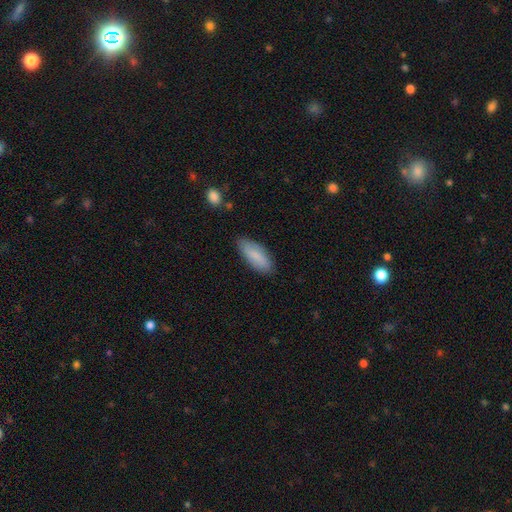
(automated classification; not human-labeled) smooth_or_featured: smooth (p=0.80) [alt: featured or disk p=0.14]
how_rounded: in between (p=0.71) [alt: cigar-shaped p=0.27]
merging: none (p=0.83) [alt: minor disturbance p=0.13]